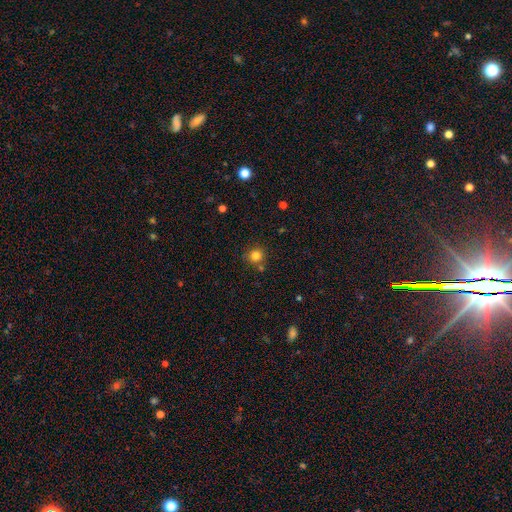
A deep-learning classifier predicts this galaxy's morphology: Smooth or featured?
  - smooth: 81% *
  - star or artifact: 13%
  - featured or disk: 6%
How rounded?
  - round: 92% *
  - in between: 7%
  - cigar-shaped: 1%
Merging?
  - none: 78% *
  - minor disturbance: 10%
  - merger: 9%
  - major disturbance: 3%